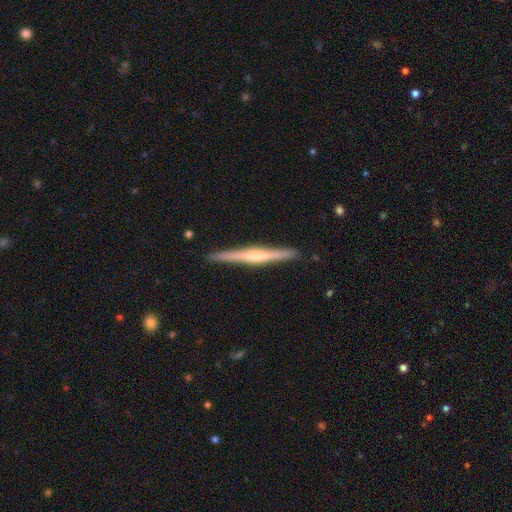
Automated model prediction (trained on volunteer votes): Smooth or featured?
  - featured or disk: 69% *
  - smooth: 26%
  - star or artifact: 5%
Edge-on disk?
  - yes: 98% *
  - no: 2%
Edge-on bulge?
  - rounded: 51% *
  - none: 28%
  - boxy: 21%
Merging?
  - none: 91% *
  - minor disturbance: 7%
  - major disturbance: 1%
  - merger: 1%